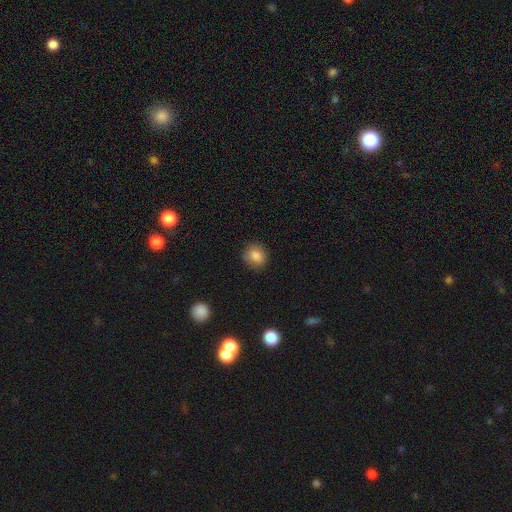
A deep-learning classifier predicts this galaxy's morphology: This appears to be a smooth galaxy with no disk features (85%) that is round (70%). Merging: none (83%).